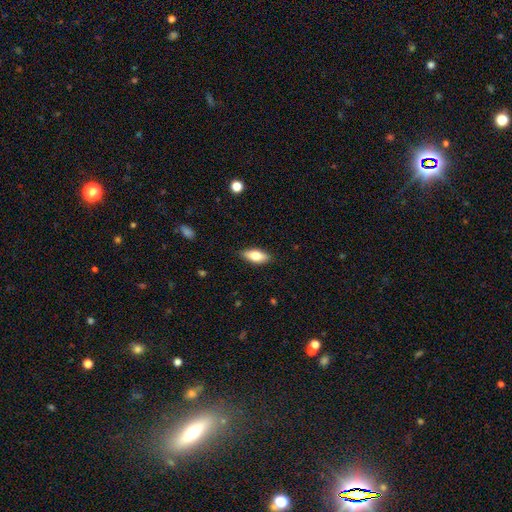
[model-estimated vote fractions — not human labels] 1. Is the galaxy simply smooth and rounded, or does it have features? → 73% smooth, 20% featured or disk, 7% star or artifact.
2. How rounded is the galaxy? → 80% in between, 17% cigar-shaped, 3% round.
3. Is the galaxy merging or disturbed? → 87% none, 9% minor disturbance, 2% major disturbance, 1% merger.